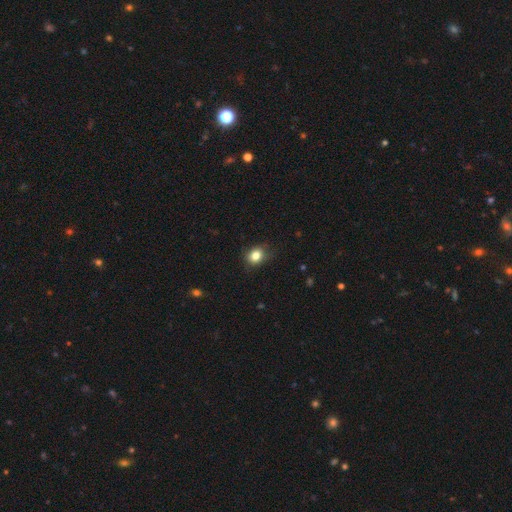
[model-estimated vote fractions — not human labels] Overall: smooth (83%). How rounded: round (54%; in between 45%). Merging: none (74%).